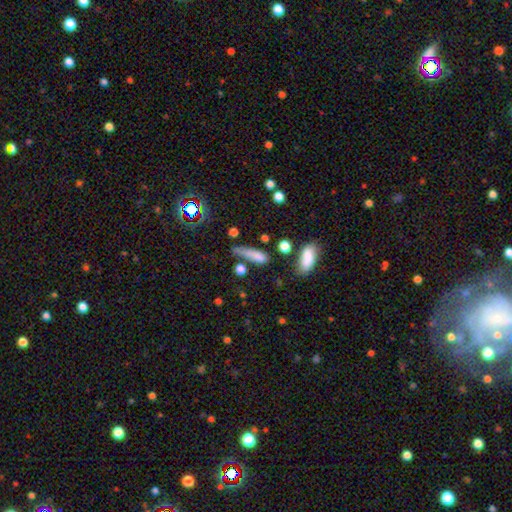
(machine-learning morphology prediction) Smooth or featured? Predicted: smooth (p=0.74). How rounded? Predicted: cigar-shaped (p=0.61). Merging? Predicted: none (p=0.40).